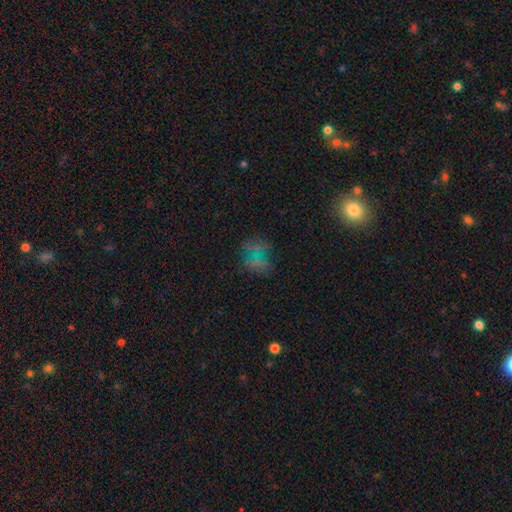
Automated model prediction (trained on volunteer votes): Smooth or featured? Predicted: smooth (p=0.42). Merging? Predicted: none (p=0.53).